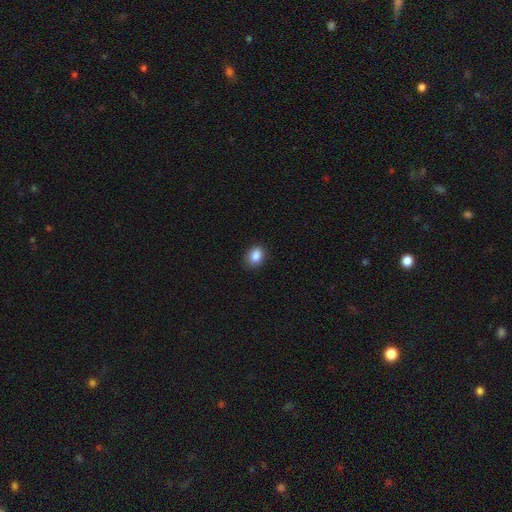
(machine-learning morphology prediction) A smooth galaxy with no disk features (88%) that is in between round and cigar-shaped (62%).

Vote fractions:
- Smooth or featured? smooth: 88% / star or artifact: 9% / featured or disk: 4%
- How rounded? in between: 62% / round: 37% / cigar-shaped: 1%
- Merging? none: 84% / minor disturbance: 13% / major disturbance: 3% / merger: 1%